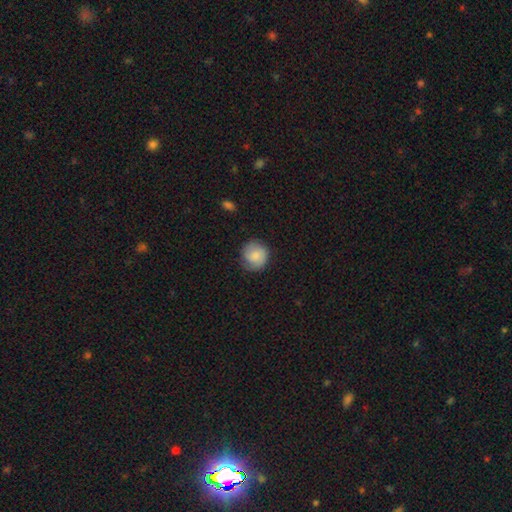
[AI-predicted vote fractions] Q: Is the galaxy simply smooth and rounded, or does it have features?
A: smooth — 76%.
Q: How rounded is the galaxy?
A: round — 89%.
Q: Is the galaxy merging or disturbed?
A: none — 77%.